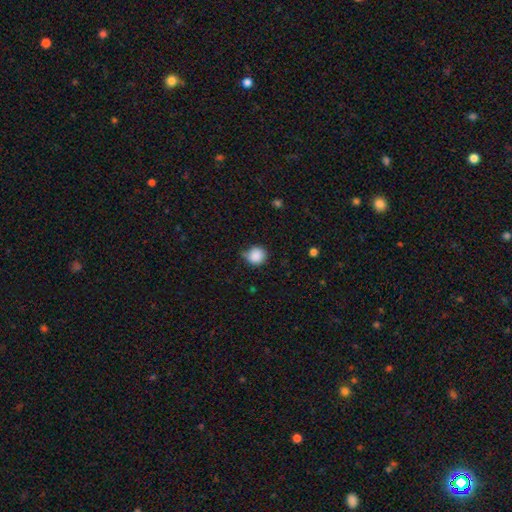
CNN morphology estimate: Q: Smooth or featured?
A: smooth (87%); runner-up: star or artifact (9%)
Q: How rounded?
A: round (91%); runner-up: in between (8%)
Q: Merging?
A: none (67%); runner-up: minor disturbance (24%)